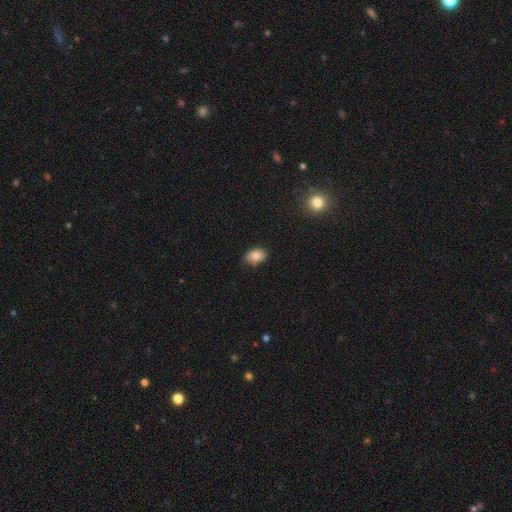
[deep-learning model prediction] smooth-or-featured: smooth: 82% | star or artifact: 9% | featured or disk: 8%
  how-rounded: in between: 81% | round: 17% | cigar-shaped: 1%
  merging: none: 77% | minor disturbance: 19% | major disturbance: 3% | merger: 1%